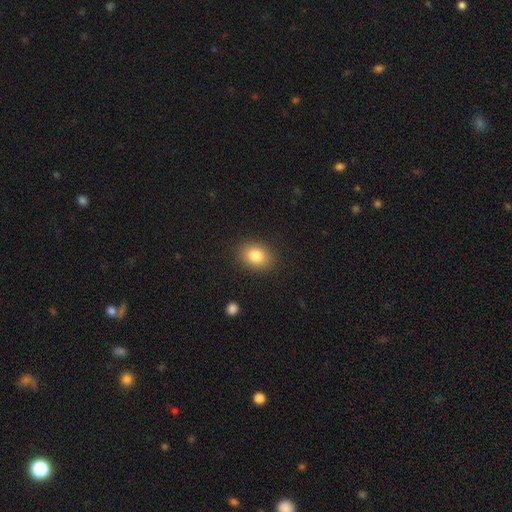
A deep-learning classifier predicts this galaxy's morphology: A smooth galaxy with no disk features (84%) that is in between round and cigar-shaped (70%). Merging: none (87%).